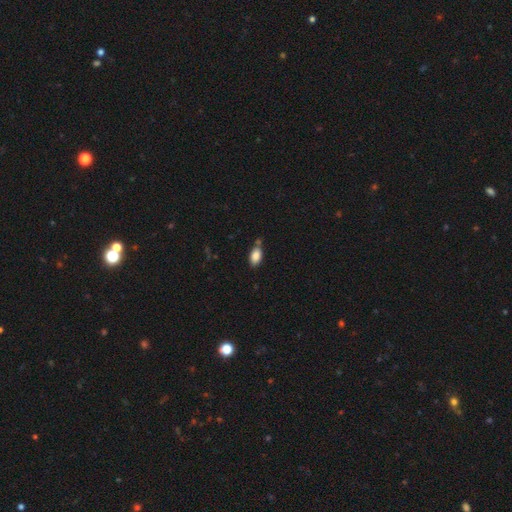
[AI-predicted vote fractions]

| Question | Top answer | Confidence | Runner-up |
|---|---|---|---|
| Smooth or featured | smooth | 85% | star or artifact (8%) |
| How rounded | in between | 93% | round (4%) |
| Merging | none | 70% | minor disturbance (16%) |